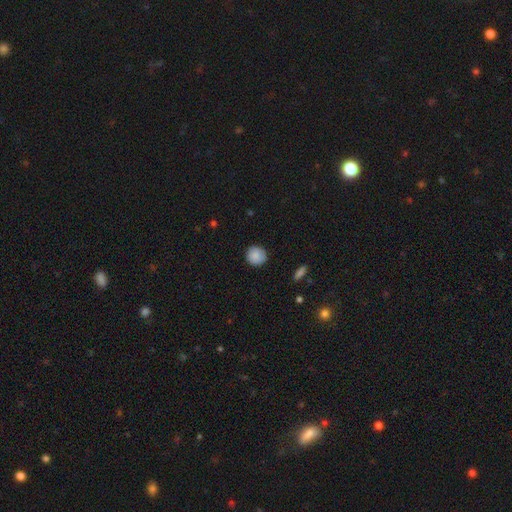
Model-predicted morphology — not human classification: Smooth or featured? Predicted: smooth (p=0.87). How rounded? Predicted: round (p=0.92). Merging? Predicted: none (p=0.85).